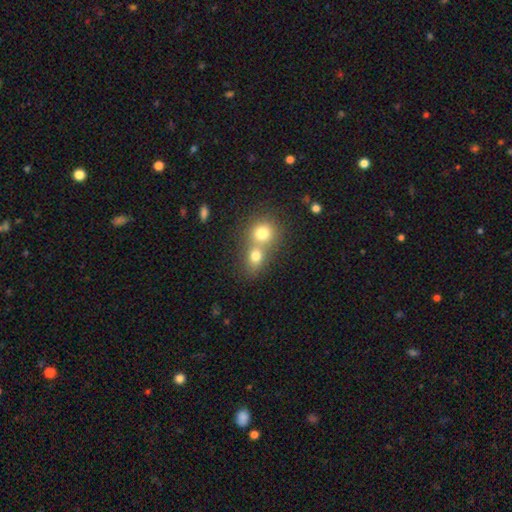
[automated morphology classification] Overall: smooth (75%). How rounded: round (67%; in between 31%). Merging: merger (59%; none 32%).